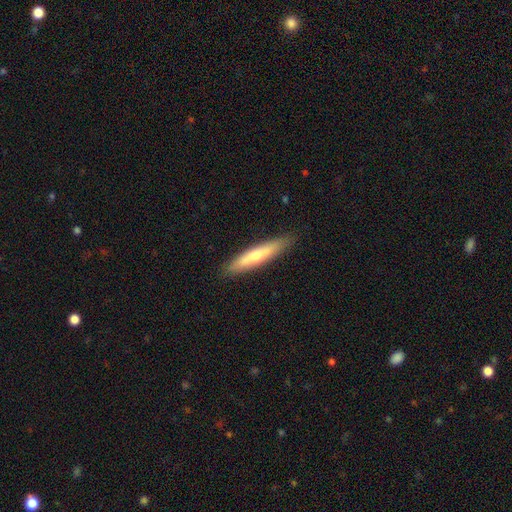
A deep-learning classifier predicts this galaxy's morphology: smooth_or_featured: smooth (p=0.54) [alt: featured or disk p=0.40]
how_rounded: cigar-shaped (p=0.88) [alt: in between p=0.10]
merging: none (p=0.90) [alt: minor disturbance p=0.08]